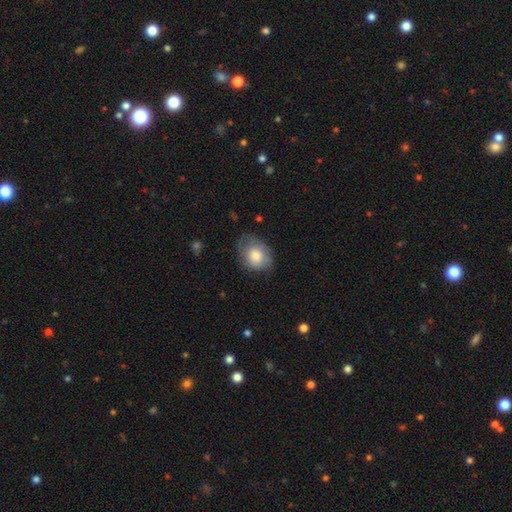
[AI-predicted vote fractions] Smooth or featured?
  - smooth: 79% *
  - featured or disk: 14%
  - star or artifact: 7%
How rounded?
  - in between: 56% *
  - round: 43%
  - cigar-shaped: 1%
Merging?
  - none: 59% *
  - minor disturbance: 30%
  - major disturbance: 10%
  - merger: 1%